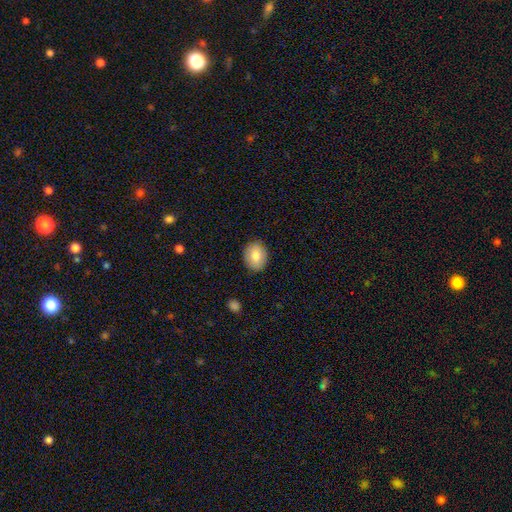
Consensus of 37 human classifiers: A smooth galaxy with no disk features (73%) that is round (52%). Merging: none (97%).